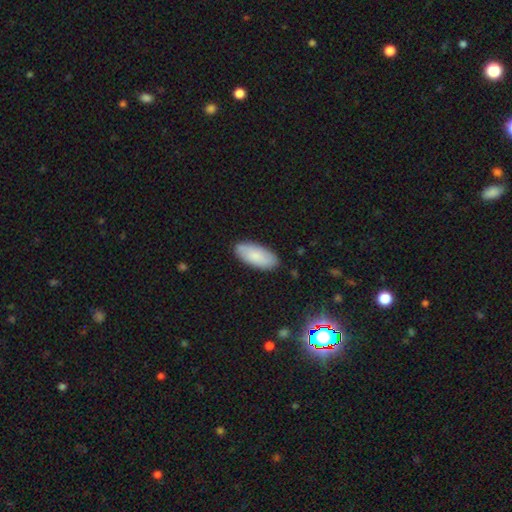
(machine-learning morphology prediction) A smooth galaxy with no disk features (81%) that is in between round and cigar-shaped (88%). Merging: none (85%).